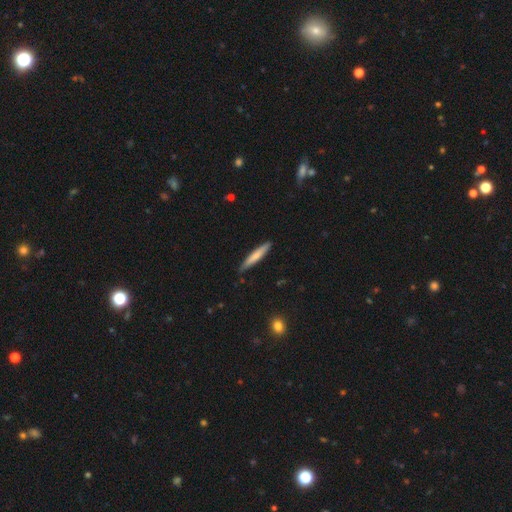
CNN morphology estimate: Smooth or featured?
  - smooth: 66% *
  - featured or disk: 29%
  - star or artifact: 5%
How rounded?
  - cigar-shaped: 92% *
  - in between: 6%
  - round: 1%
Merging?
  - none: 86% *
  - minor disturbance: 11%
  - major disturbance: 2%
  - merger: 1%